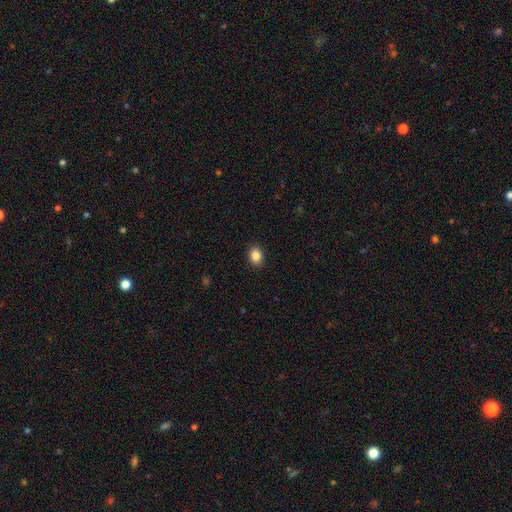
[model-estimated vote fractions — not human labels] Morphology: type=smooth (86%); roundness=round (53%); merging=none (91%).